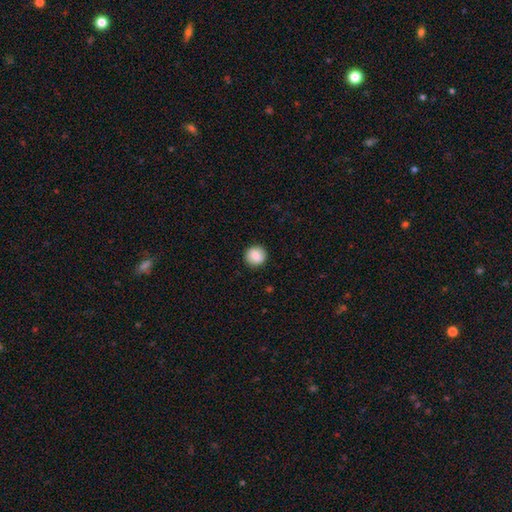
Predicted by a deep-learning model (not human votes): Smooth or featured? Predicted: smooth (p=0.82). How rounded? Predicted: round (p=0.93). Merging? Predicted: none (p=0.91).